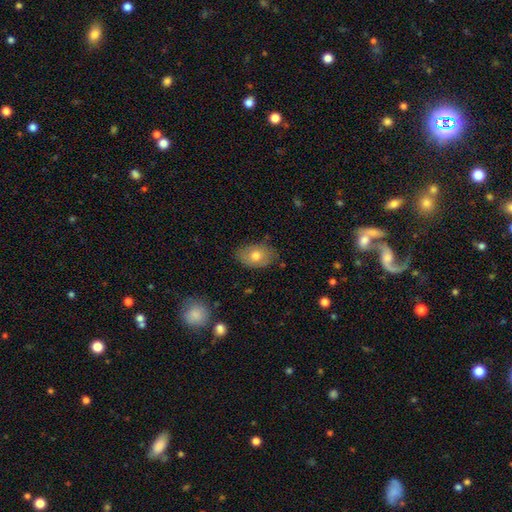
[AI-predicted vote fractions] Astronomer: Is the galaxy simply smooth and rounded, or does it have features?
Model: smooth — 74%.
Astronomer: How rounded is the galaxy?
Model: in between — 83%.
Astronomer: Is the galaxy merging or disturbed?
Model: none — 78%.